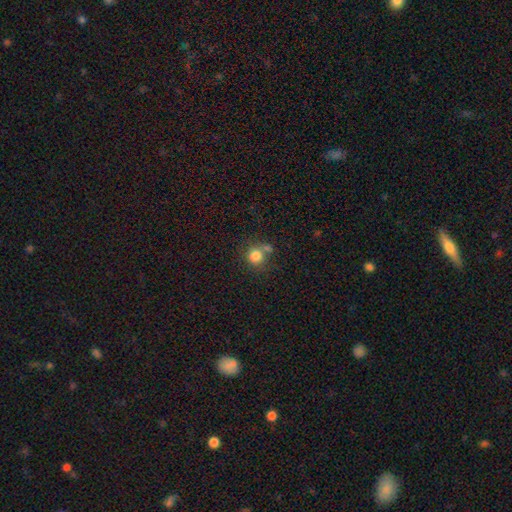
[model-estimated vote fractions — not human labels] Q: Smooth or featured?
A: smooth (81%); runner-up: star or artifact (11%)
Q: How rounded?
A: round (88%); runner-up: in between (11%)
Q: Merging?
A: none (54%); runner-up: merger (28%)